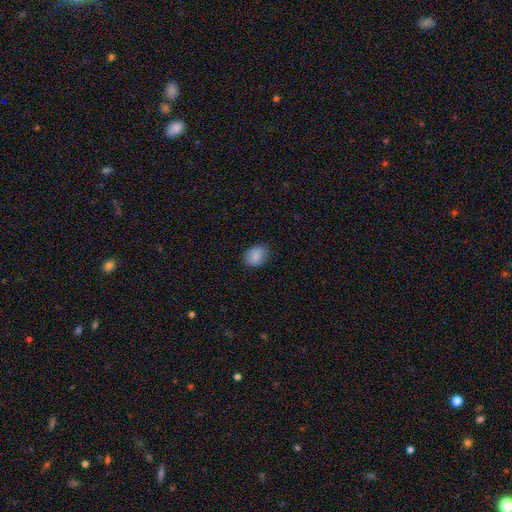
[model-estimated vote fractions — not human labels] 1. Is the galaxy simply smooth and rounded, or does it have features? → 87% smooth, 8% star or artifact, 5% featured or disk.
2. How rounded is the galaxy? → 75% in between, 24% round, 1% cigar-shaped.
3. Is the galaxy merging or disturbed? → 80% none, 16% minor disturbance, 3% major disturbance, 1% merger.